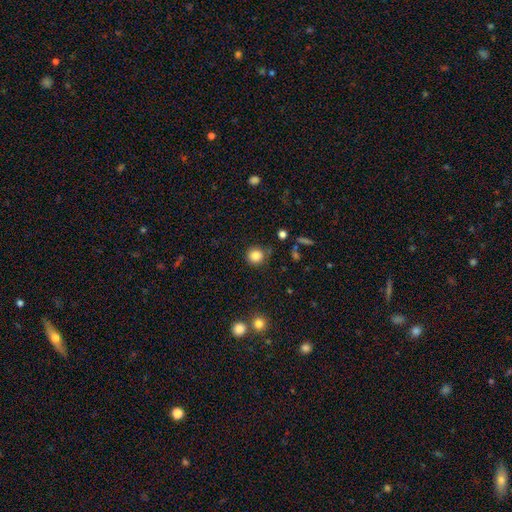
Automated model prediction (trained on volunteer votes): smooth_or_featured: smooth (p=0.85) [alt: star or artifact p=0.11]
how_rounded: round (p=0.91) [alt: in between p=0.08]
merging: none (p=0.80) [alt: minor disturbance p=0.12]